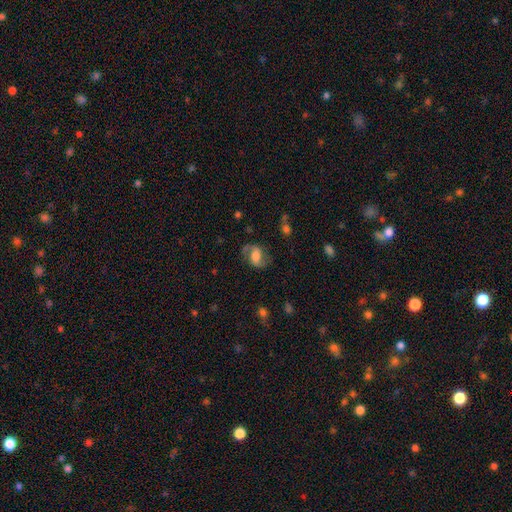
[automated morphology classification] This appears to be a featured or disk galaxy (64%) with a weak bar (41%), 2 (89%) medium (44%) spiral arms (89%) and a moderate central bulge (41%). Merging: none (68%).